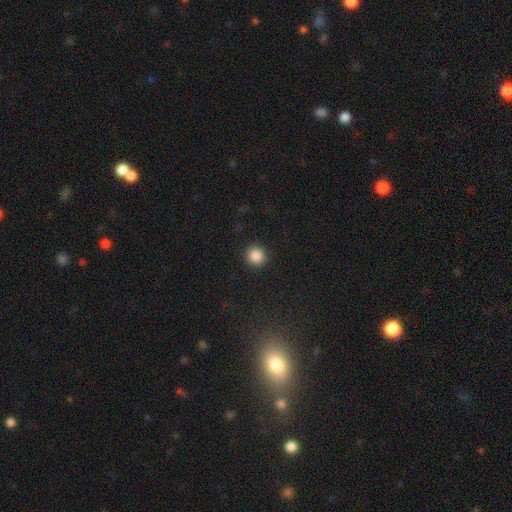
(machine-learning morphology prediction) Smooth or featured: smooth — 87% (star or artifact — 10%)
How rounded: round — 95% (in between — 4%)
Merging: none — 92% (minor disturbance — 5%)